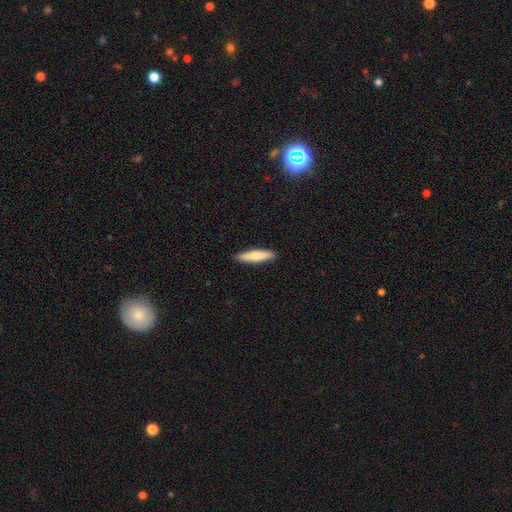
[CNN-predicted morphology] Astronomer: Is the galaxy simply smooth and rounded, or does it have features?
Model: smooth — 74%.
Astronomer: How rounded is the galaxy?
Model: cigar-shaped — 81%.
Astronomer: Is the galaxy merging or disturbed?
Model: none — 91%.